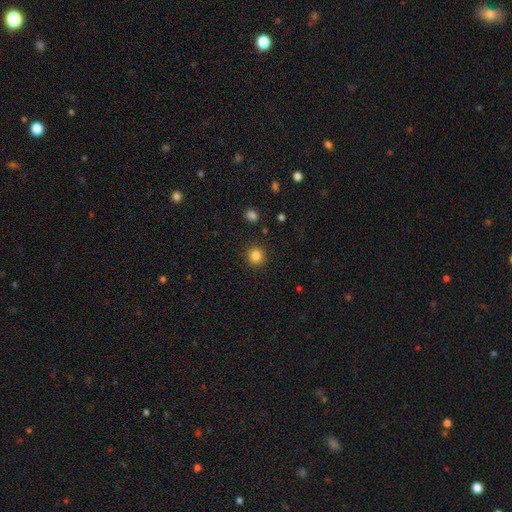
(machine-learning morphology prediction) Overall: smooth (84%). How rounded: round (93%). Merging: none (91%).